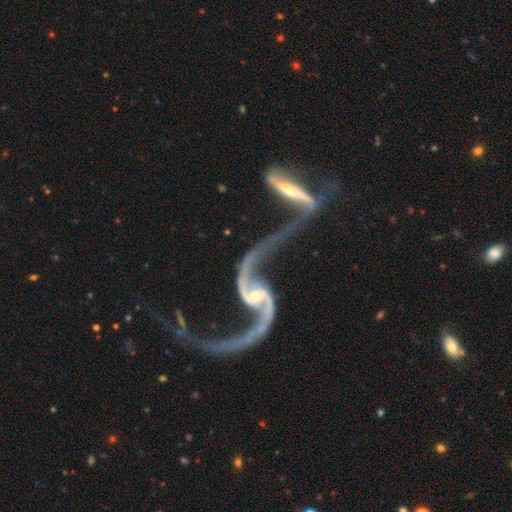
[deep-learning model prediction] smooth-or-featured: featured or disk: 91% | star or artifact: 6% | smooth: 3%
  disk-edge-on: no: 93% | yes: 7%
    bar: no: 44% | weak: 34% | strong: 22%
    has-spiral-arms: yes: 94% | no: 6%
      spiral-winding: loose: 85% | medium: 11% | tight: 4%
      spiral-arm-count: 2: 91% | 1: 4% | can't tell: 2% | 3: 1% | 4: 1% | more than 4: 1%
    bulge-size: small: 59% | moderate: 24% | none: 12% | large: 3% | dominant: 2%
  merging: merger: 41% | none: 29% | major disturbance: 18% | minor disturbance: 13%